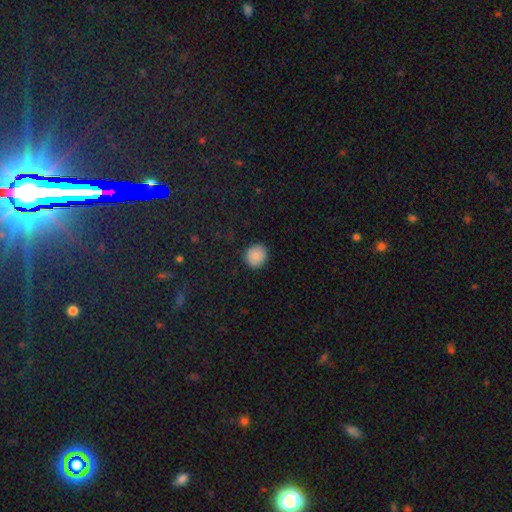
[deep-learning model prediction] A smooth galaxy with no disk features (87%) that is round (77%). Merging: none (89%).